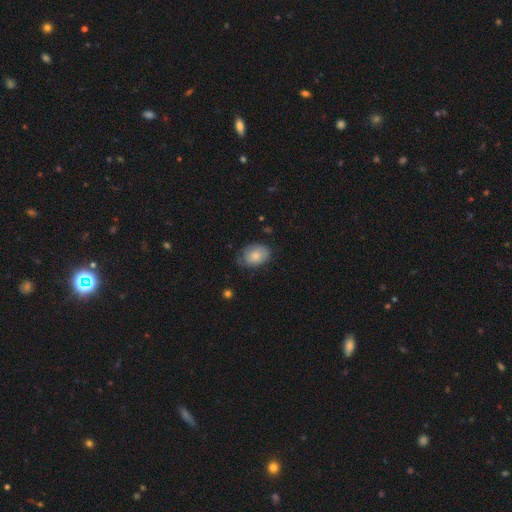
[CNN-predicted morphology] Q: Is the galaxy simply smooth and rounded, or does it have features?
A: smooth — 79%.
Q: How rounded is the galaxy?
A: in between — 74%.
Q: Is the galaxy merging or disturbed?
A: none — 64%.